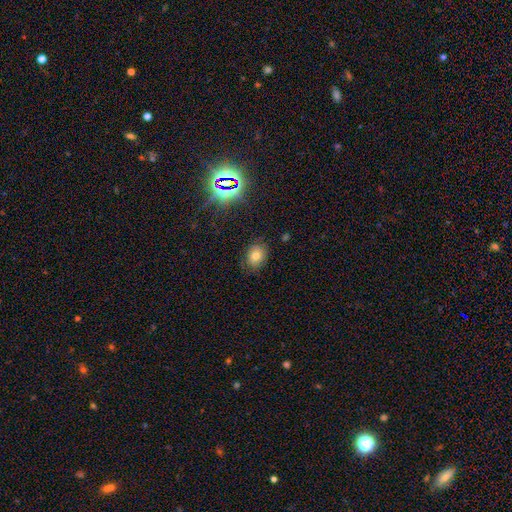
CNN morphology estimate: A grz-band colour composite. It shows a smooth galaxy with no disk features (67%) that is in between round and cigar-shaped (62%). Merging: none (77%).